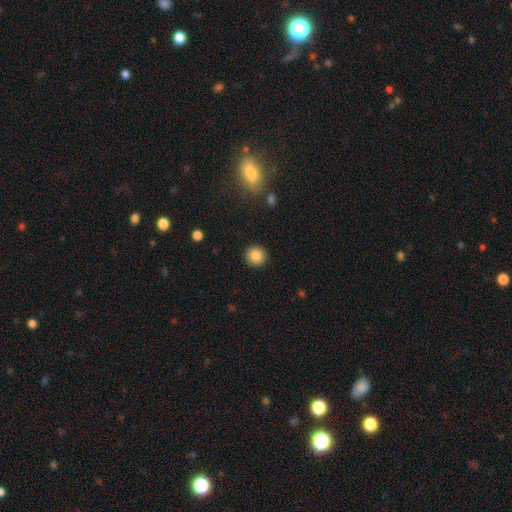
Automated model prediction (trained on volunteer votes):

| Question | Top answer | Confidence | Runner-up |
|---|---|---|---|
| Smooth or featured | smooth | 85% | star or artifact (10%) |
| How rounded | round | 94% | in between (5%) |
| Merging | none | 92% | minor disturbance (5%) |